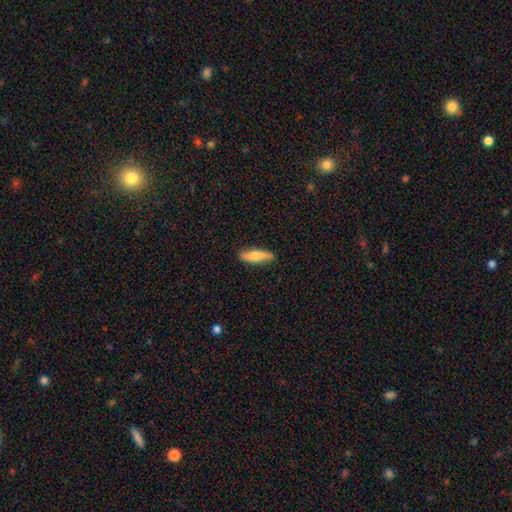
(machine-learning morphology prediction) smooth 76%, featured or disk 18%, star or artifact 6%. Down the decision tree: how rounded — cigar-shaped (53%); merging — none (85%).